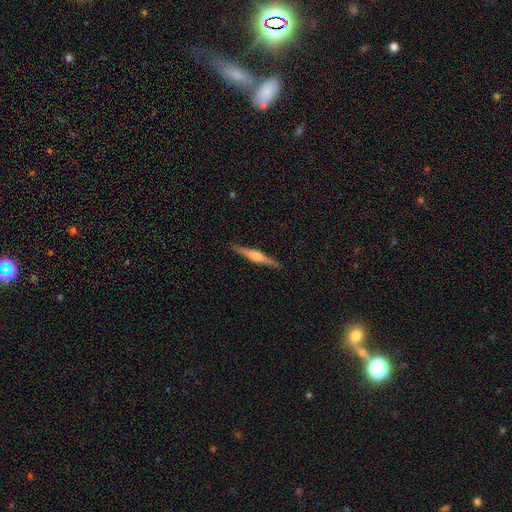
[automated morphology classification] smooth_or_featured: featured or disk (p=0.76) [alt: smooth p=0.19]
disk_edge_on: yes (p=0.98) [alt: no p=0.02]
edge_on_bulge: rounded (p=0.82) [alt: boxy p=0.13]
merging: none (p=0.92) [alt: minor disturbance p=0.06]